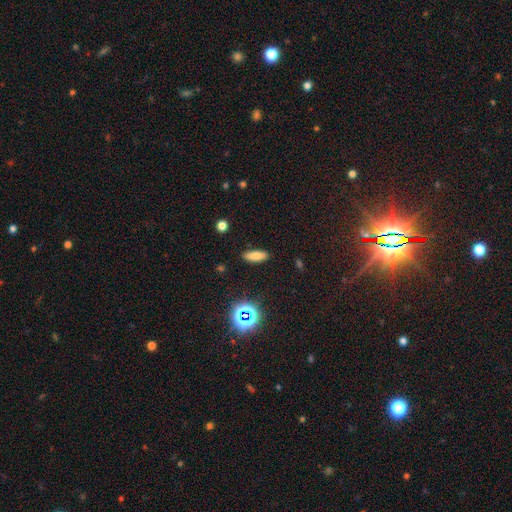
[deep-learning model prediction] Overall: smooth (74%). How rounded: in between (64%; cigar-shaped 32%). Merging: none (88%).